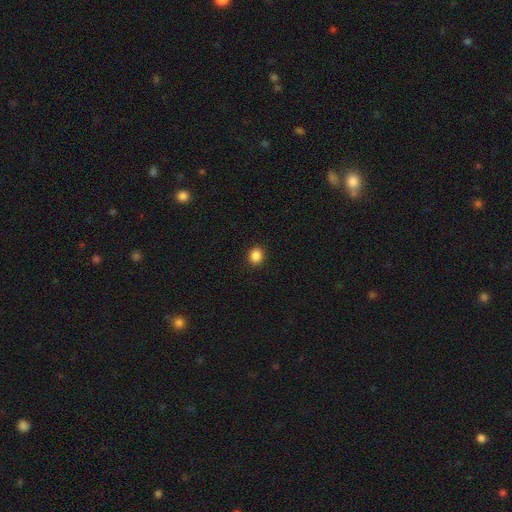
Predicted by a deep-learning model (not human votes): A smooth galaxy with no disk features (86%) that is round (80%).

Vote fractions:
- Smooth or featured? smooth: 86% / star or artifact: 11% / featured or disk: 3%
- How rounded? round: 80% / in between: 19% / cigar-shaped: 1%
- Merging? none: 92% / minor disturbance: 5% / major disturbance: 2% / merger: 1%